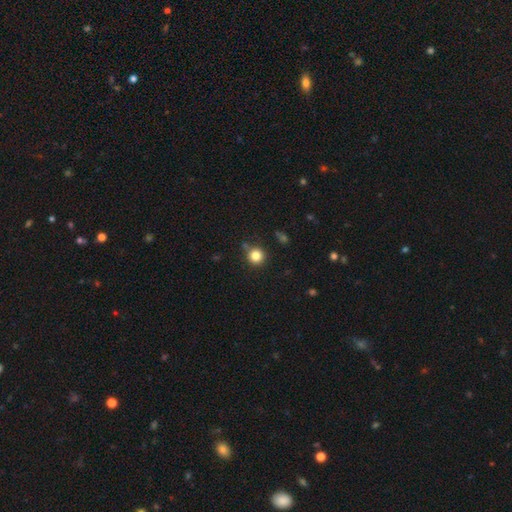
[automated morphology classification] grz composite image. It shows a smooth galaxy with no disk features (83%) that is round (94%). Merging: none (82%).